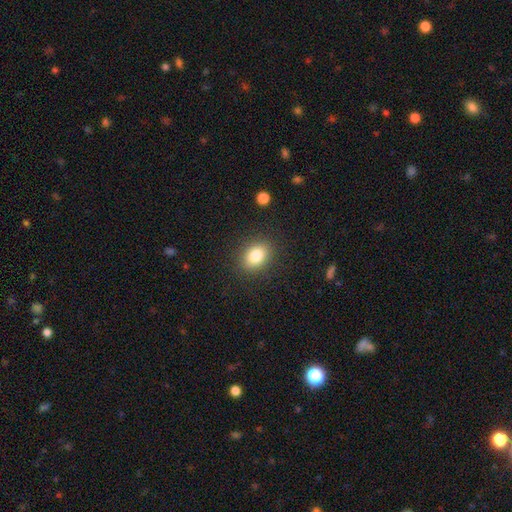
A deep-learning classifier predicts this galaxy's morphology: This is clearly a smooth galaxy (81%). How rounded: likely in between (66%). Merging: clearly none (87%).